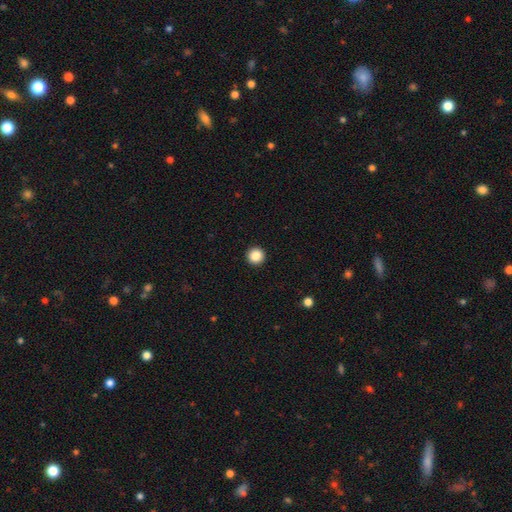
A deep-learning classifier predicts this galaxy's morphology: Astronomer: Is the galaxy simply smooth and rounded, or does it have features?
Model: smooth — 87%.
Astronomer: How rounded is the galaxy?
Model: round — 96%.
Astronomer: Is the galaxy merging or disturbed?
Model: none — 94%.